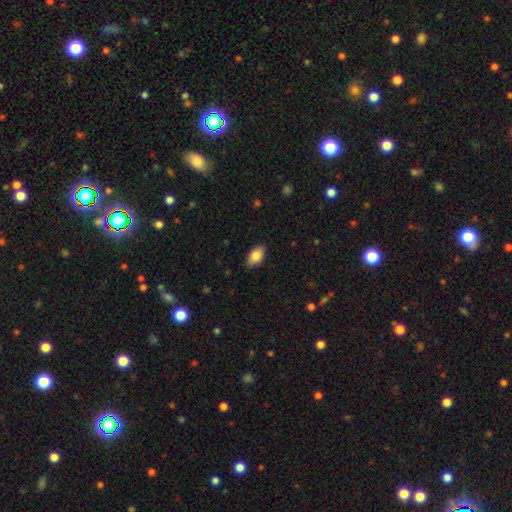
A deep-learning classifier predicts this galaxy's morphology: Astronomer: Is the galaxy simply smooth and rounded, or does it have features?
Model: smooth — 84%.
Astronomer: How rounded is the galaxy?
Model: in between — 93%.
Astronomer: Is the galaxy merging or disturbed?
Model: none — 86%.